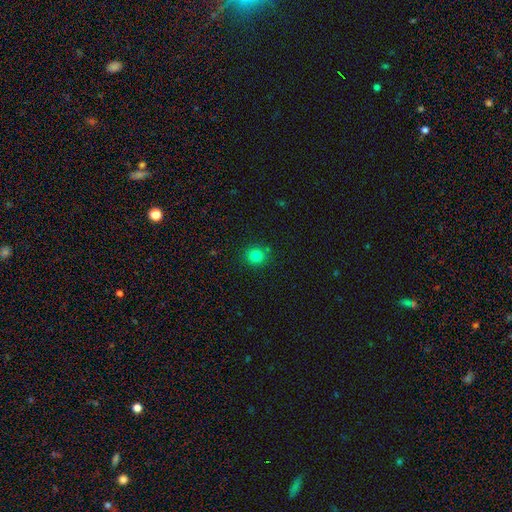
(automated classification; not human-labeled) A smooth galaxy with no disk features (81%) that is round (91%). Merging: none (87%).